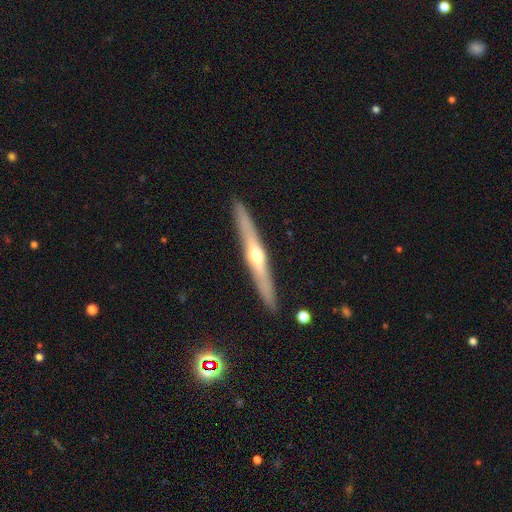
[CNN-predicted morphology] featured or disk 69%, smooth 25%, star or artifact 6%. Down the decision tree: edge-on disk — yes (96%); edge-on bulge — rounded (88%); merging — none (90%).